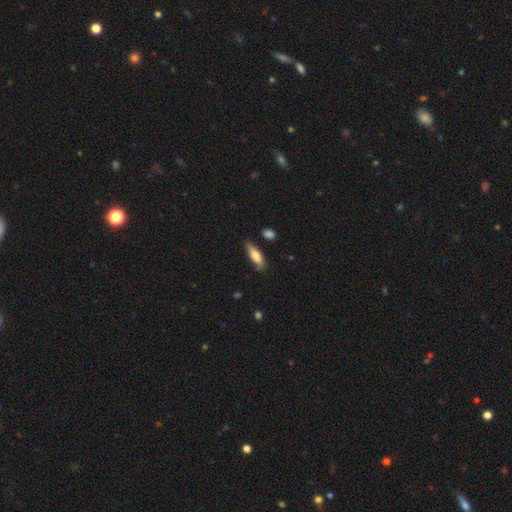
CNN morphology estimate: Smooth or featured? Predicted: smooth (p=0.73). How rounded? Predicted: in between (p=0.49, tied with cigar-shaped). Merging? Predicted: none (p=0.75).